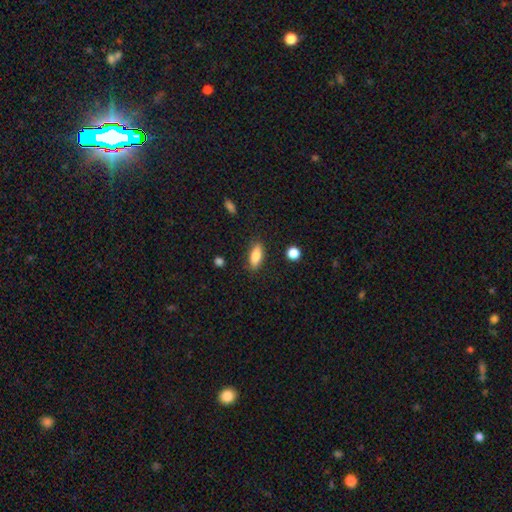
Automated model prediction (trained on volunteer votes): This appears to be a smooth galaxy with no disk features (86%) that is in between round and cigar-shaped (77%). Merging: none (84%).